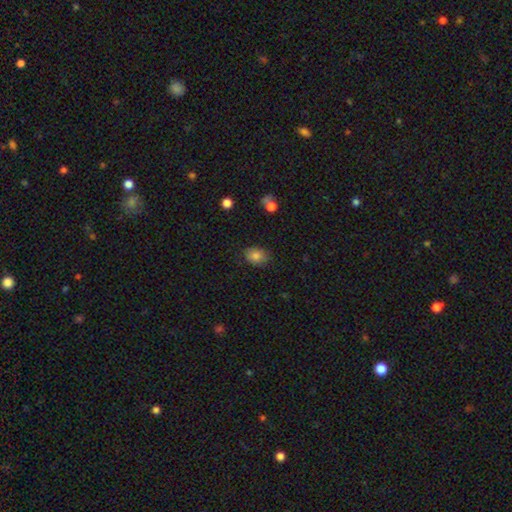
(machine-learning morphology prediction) This is clearly a smooth galaxy (83%). How rounded: possibly in between (59%). Merging: likely none (79%).